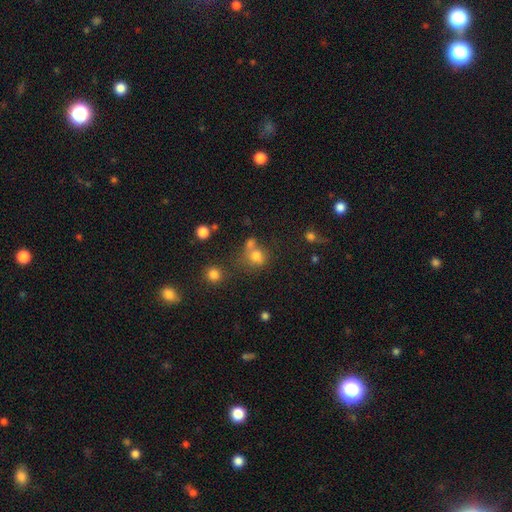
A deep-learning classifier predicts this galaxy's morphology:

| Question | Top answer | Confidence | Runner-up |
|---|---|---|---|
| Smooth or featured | smooth | 73% | star or artifact (17%) |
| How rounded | round | 70% | in between (29%) |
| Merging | none | 44% | merger (34%) |